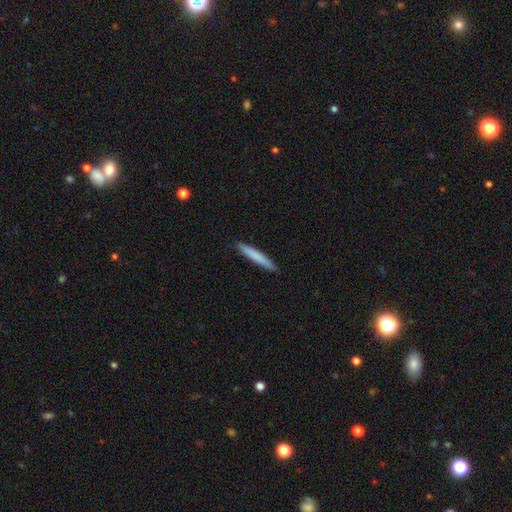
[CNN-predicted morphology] smooth 77%, featured or disk 17%, star or artifact 5%. Down the decision tree: how rounded — cigar-shaped (96%); merging — none (92%).